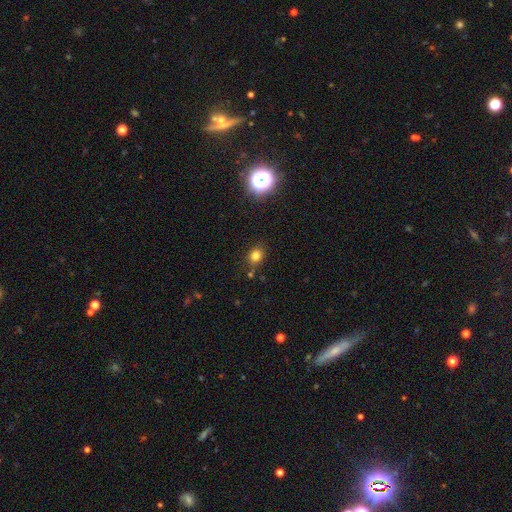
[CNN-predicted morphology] Smooth or featured?
  - smooth: 77% *
  - star or artifact: 16%
  - featured or disk: 6%
How rounded?
  - round: 64% *
  - in between: 35%
  - cigar-shaped: 1%
Merging?
  - none: 78% *
  - minor disturbance: 13%
  - merger: 5%
  - major disturbance: 4%